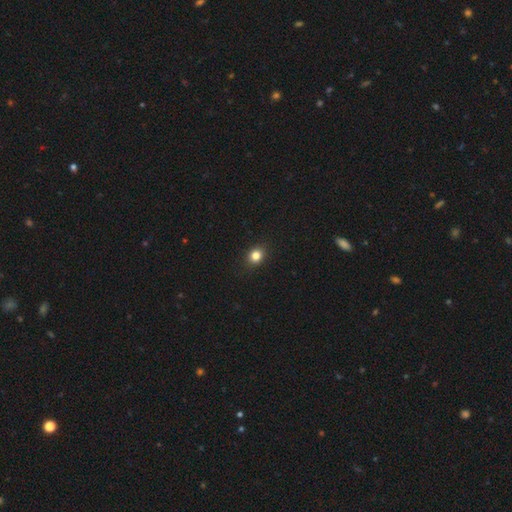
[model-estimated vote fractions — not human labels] This appears to be a smooth galaxy with no disk features (83%) that is round (67%). Merging: none (90%).